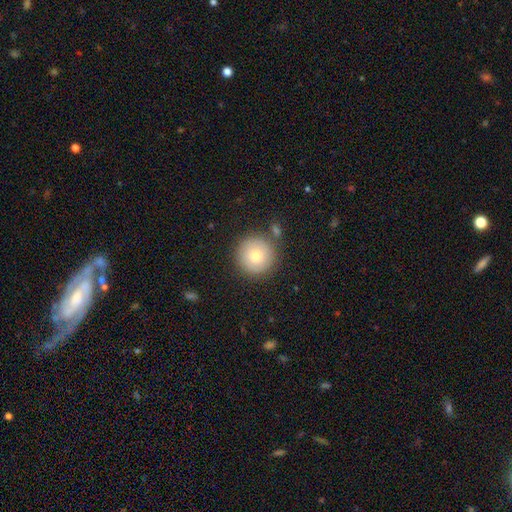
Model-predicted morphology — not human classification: Smooth or featured? smooth (74%)
How rounded? round (96%)
Merging? none (81%)